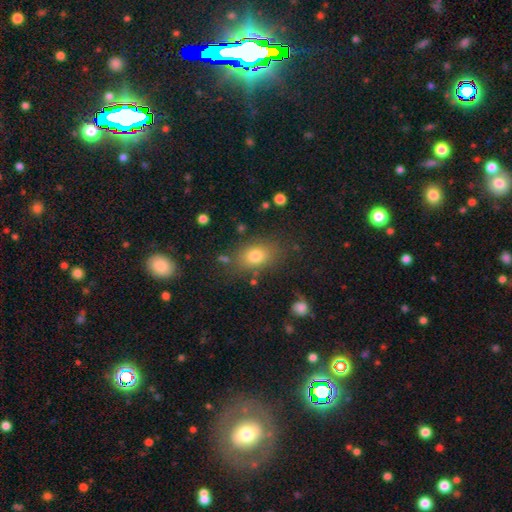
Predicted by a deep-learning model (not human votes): Smooth or featured?
  - smooth: 77% *
  - star or artifact: 12%
  - featured or disk: 11%
How rounded?
  - in between: 72% *
  - round: 27%
  - cigar-shaped: 2%
Merging?
  - none: 78% *
  - minor disturbance: 13%
  - major disturbance: 5%
  - merger: 3%